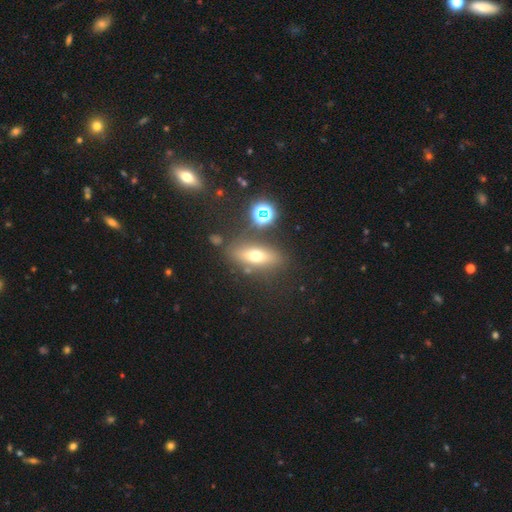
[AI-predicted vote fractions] Overall: smooth (56%; featured or disk 29%). How rounded: in between (59%; cigar-shaped 30%). Merging: none (77%).